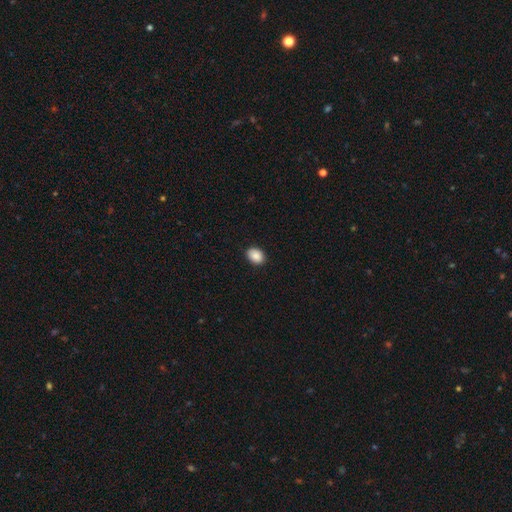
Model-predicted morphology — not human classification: Smooth or featured: smooth — 89% (star or artifact — 8%)
How rounded: in between — 67% (round — 32%)
Merging: none — 89% (minor disturbance — 8%)